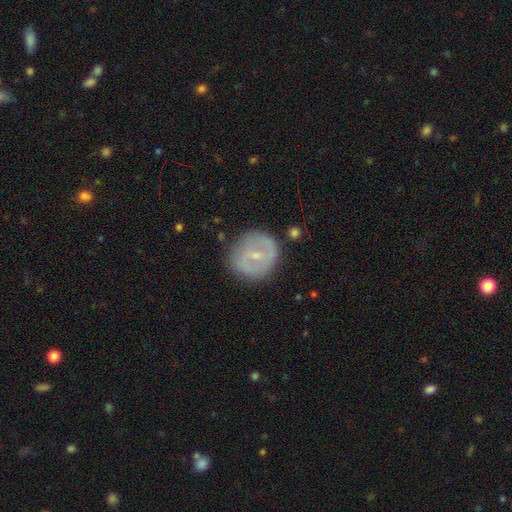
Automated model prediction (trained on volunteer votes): Morphology: type=featured or disk (57%); edge-on=no (95%); bar=weak (46%); spiral arms=no (61%); bulge=small (70%); merging=none (79%).